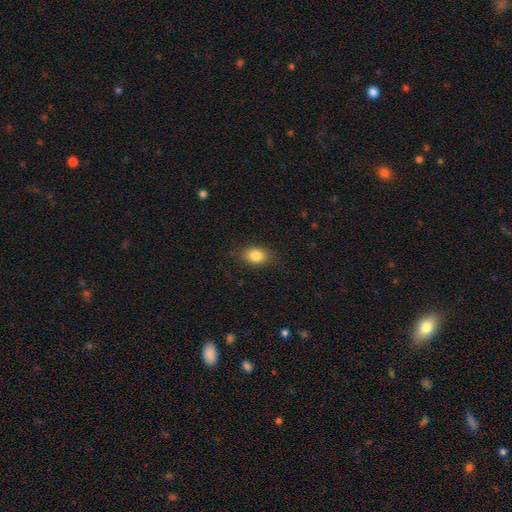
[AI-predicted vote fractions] This is clearly a smooth galaxy (84%). How rounded: likely in between (77%). Merging: clearly none (84%).